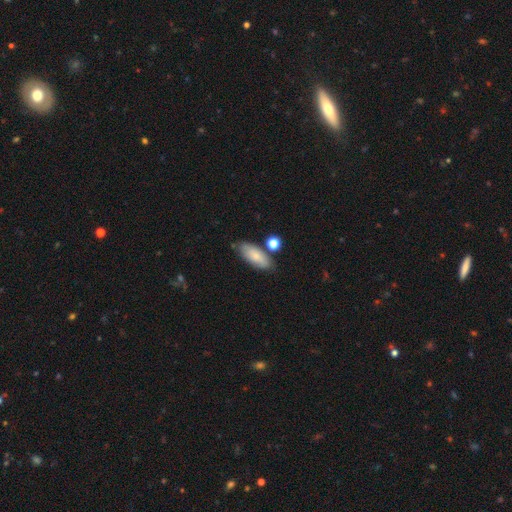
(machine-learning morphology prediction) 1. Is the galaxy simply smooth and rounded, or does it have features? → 74% smooth, 19% featured or disk, 7% star or artifact.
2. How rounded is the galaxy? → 80% in between, 17% cigar-shaped, 3% round.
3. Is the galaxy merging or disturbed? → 71% none, 17% minor disturbance, 8% merger, 4% major disturbance.